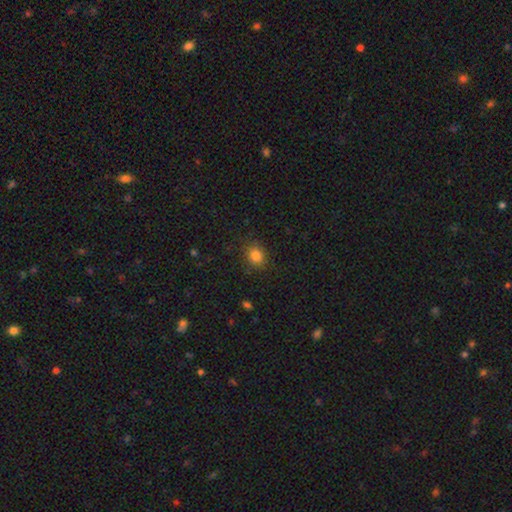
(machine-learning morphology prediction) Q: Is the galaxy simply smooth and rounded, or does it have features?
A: smooth — 82%.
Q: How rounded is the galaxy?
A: round — 73%.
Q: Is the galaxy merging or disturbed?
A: none — 86%.